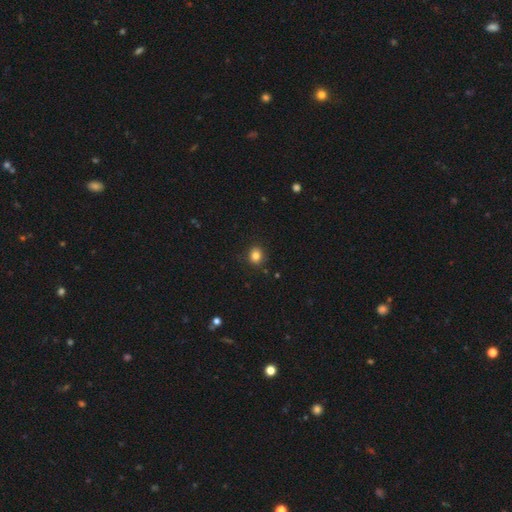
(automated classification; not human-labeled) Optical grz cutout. It shows a smooth galaxy with no disk features (83%) that is round (73%). Merging: none (88%).